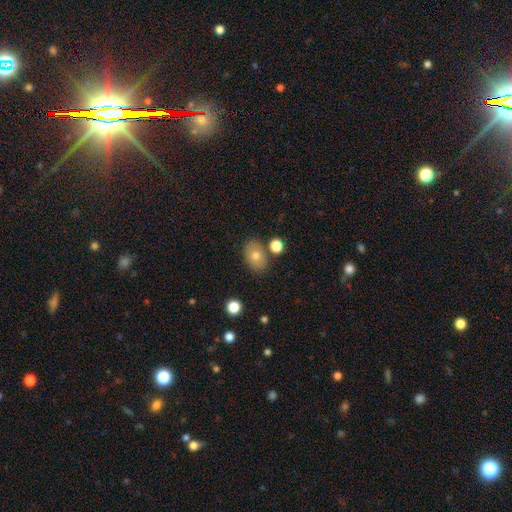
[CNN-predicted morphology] The model was most divided on "smooth or featured": smooth: 74%, featured or disk: 16%, star or artifact: 10%. More confident: how rounded — in between (80%); merging — none (80%).